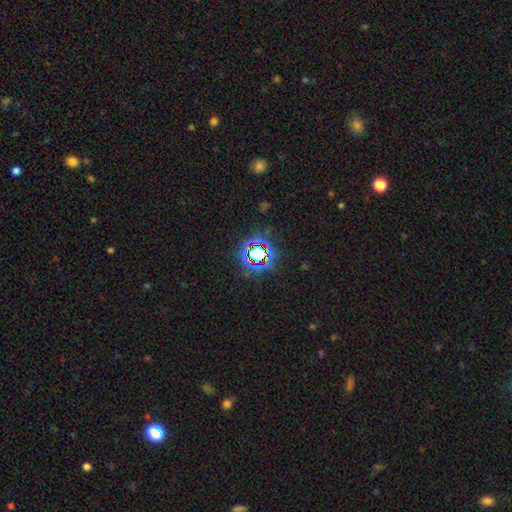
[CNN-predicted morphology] This appears to be a star or artifact, not a galaxy (74%).